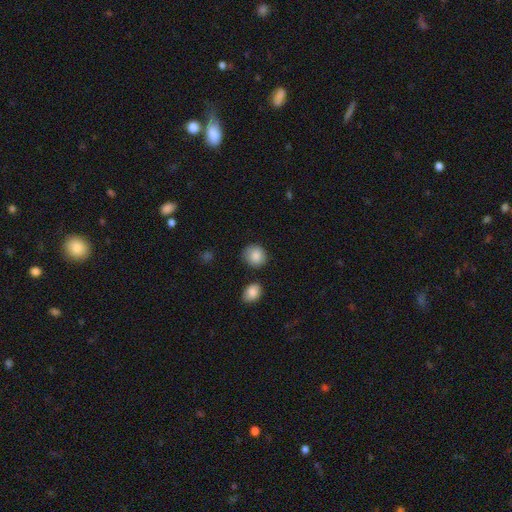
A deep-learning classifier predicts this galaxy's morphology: Smooth or featured?
  - smooth: 87% *
  - star or artifact: 7%
  - featured or disk: 5%
How rounded?
  - round: 80% *
  - in between: 19%
  - cigar-shaped: 1%
Merging?
  - none: 78% *
  - minor disturbance: 14%
  - merger: 4%
  - major disturbance: 3%